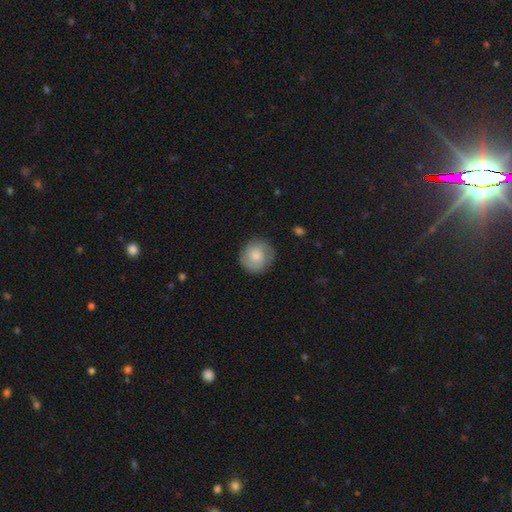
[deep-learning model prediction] Overall: smooth (55%; featured or disk 38%). How rounded: round (88%). Merging: none (79%).